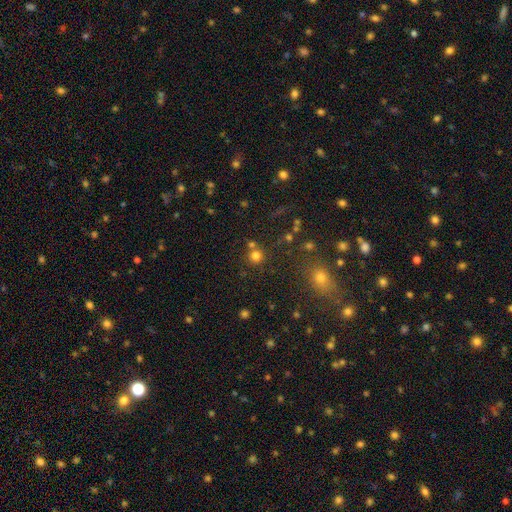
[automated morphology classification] The model was most divided on "smooth or featured": smooth: 76%, star or artifact: 18%, featured or disk: 6%. More confident: how rounded — round (93%); merging — none (74%).